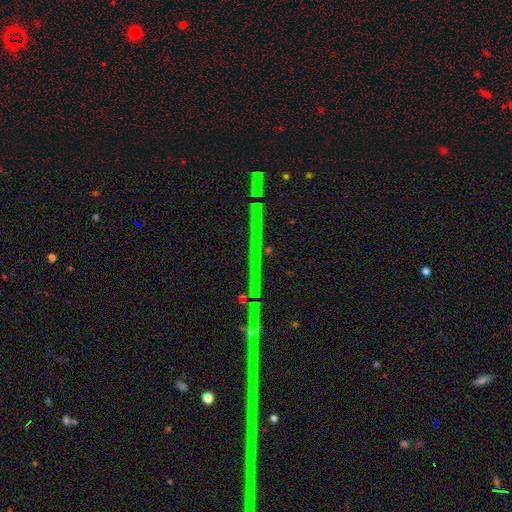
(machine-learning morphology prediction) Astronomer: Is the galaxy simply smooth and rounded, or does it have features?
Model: star or artifact — 85%.